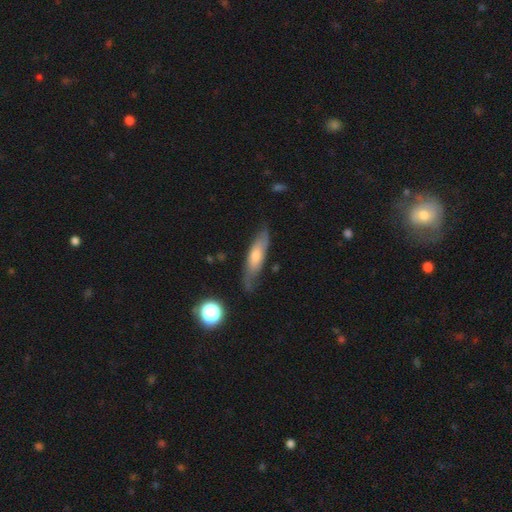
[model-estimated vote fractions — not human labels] smooth-or-featured: featured or disk: 47% | smooth: 45% | star or artifact: 8%
  merging: none: 68% | minor disturbance: 23% | major disturbance: 7% | merger: 2%